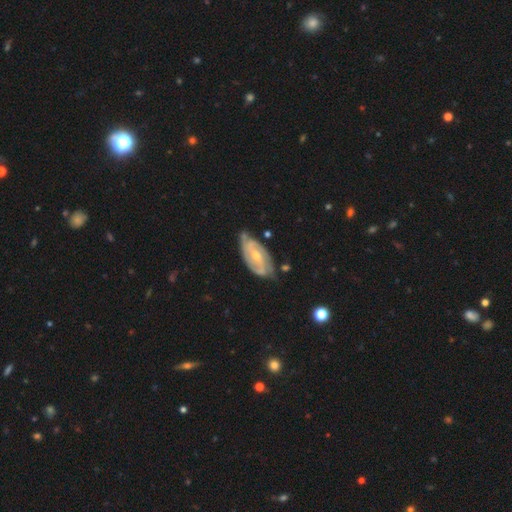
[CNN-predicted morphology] featured or disk 80%, smooth 15%, star or artifact 5%. Down the decision tree: edge-on disk — no (94%); bar — no (43%, tied with weak); spiral arms — yes (92%); spiral arm count — 2 (55%); spiral winding — tight (54%); bulge size — small (52%); merging — none (64%).